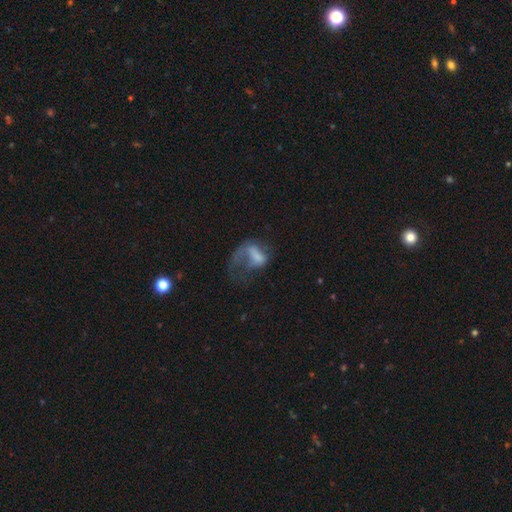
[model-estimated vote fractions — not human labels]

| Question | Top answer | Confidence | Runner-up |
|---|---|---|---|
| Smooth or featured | smooth | 46% | featured or disk (43%) |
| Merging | major disturbance | 64% | none (17%) |